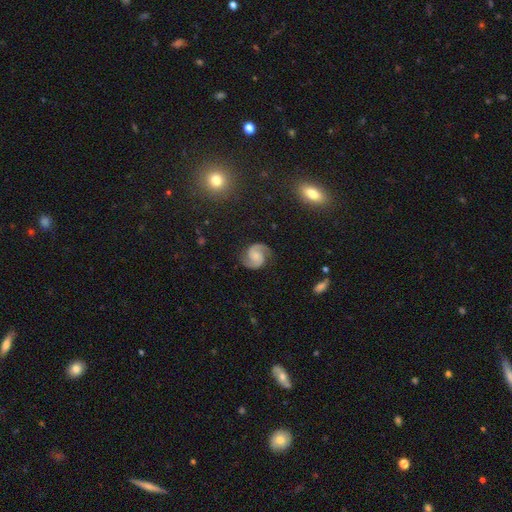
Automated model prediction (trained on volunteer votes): This appears to be a featured or disk galaxy (90%) with no bar (56%), 2 (94%) medium (57%) spiral arms (98%) and no central bulge (35%). Merging: none (84%).